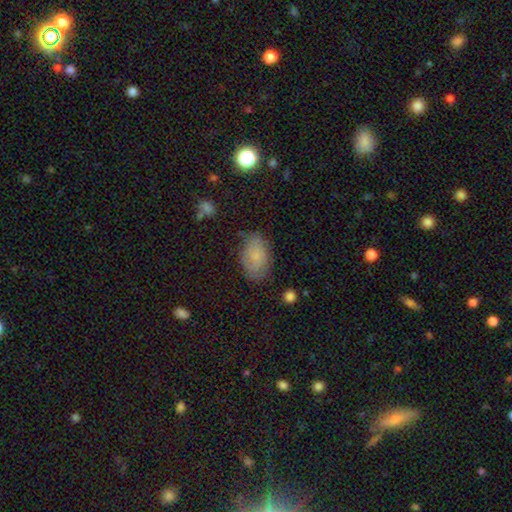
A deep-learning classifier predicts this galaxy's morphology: smooth_or_featured: smooth (p=0.67) [alt: featured or disk p=0.24]
how_rounded: in between (p=0.89) [alt: round p=0.10]
merging: none (p=0.73) [alt: minor disturbance p=0.20]